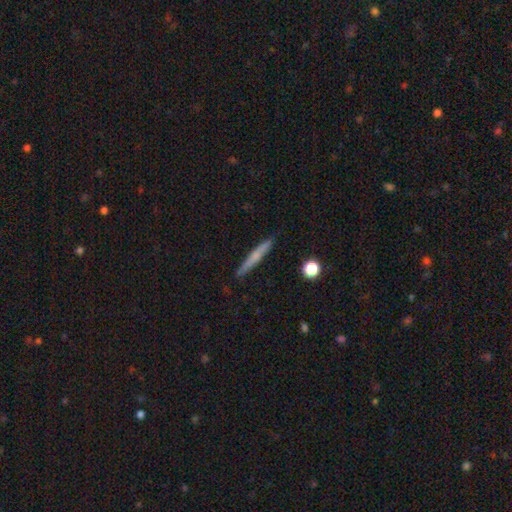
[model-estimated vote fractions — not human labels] Overall: smooth (56%; featured or disk 38%). How rounded: cigar-shaped (95%). Merging: none (90%).